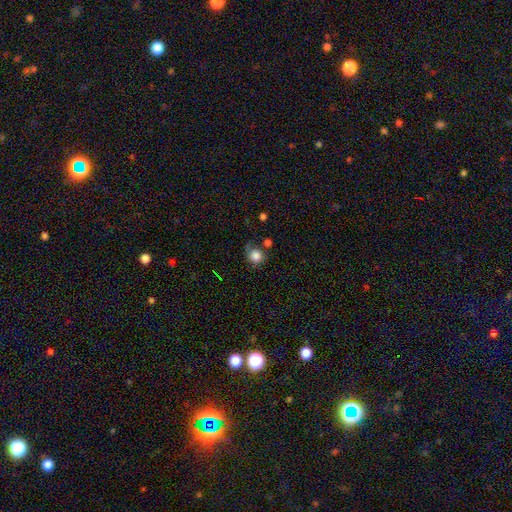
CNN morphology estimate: smooth-or-featured: smooth: 82% | star or artifact: 10% | featured or disk: 8%
  how-rounded: round: 85% | in between: 14% | cigar-shaped: 1%
  merging: none: 56% | minor disturbance: 25% | major disturbance: 12% | merger: 7%